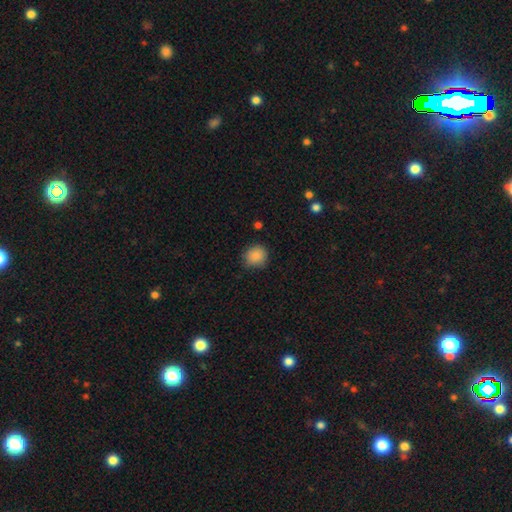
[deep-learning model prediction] Smooth or featured? smooth (87%)
How rounded? round (84%)
Merging? none (82%)